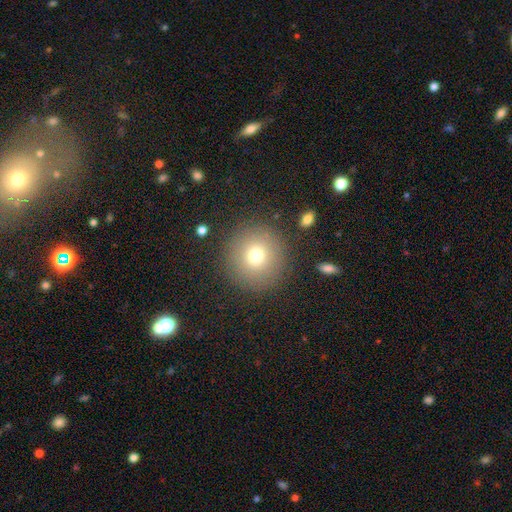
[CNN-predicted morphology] This appears to be a smooth galaxy with no disk features (73%) that is round (95%). Merging: none (87%).